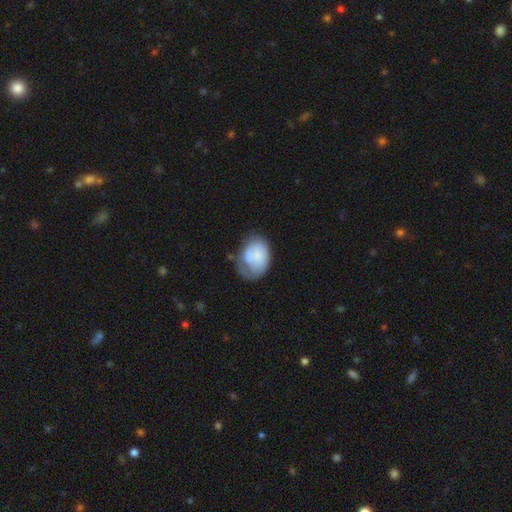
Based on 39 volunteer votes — Q: Smooth or featured?
A: smooth (69%); runner-up: featured or disk (26%)
Q: How rounded?
A: in between (63%); runner-up: round (37%)
Q: Merging?
A: none (51%); runner-up: minor disturbance (27%)